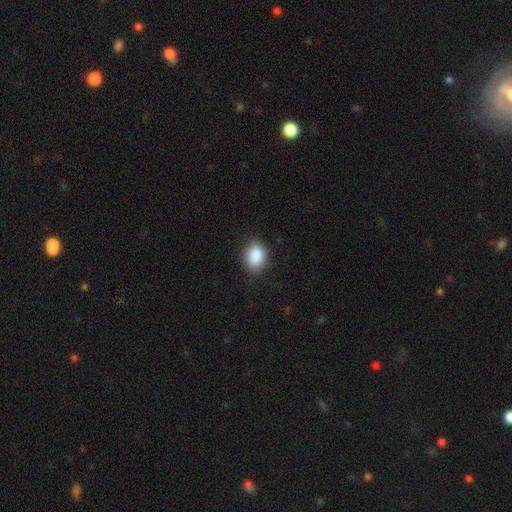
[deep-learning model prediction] This is clearly a smooth galaxy (88%). How rounded: possibly in between (59%). Merging: clearly none (85%).